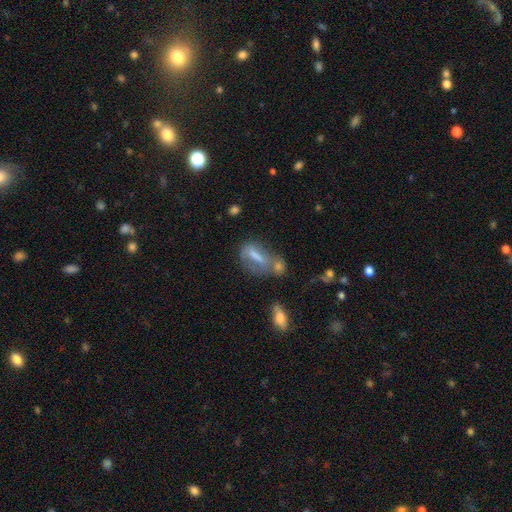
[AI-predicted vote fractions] smooth_or_featured: smooth (p=0.58) [alt: featured or disk p=0.31]
how_rounded: in between (p=0.66) [alt: cigar-shaped p=0.27]
merging: merger (p=0.39) [alt: none p=0.29]